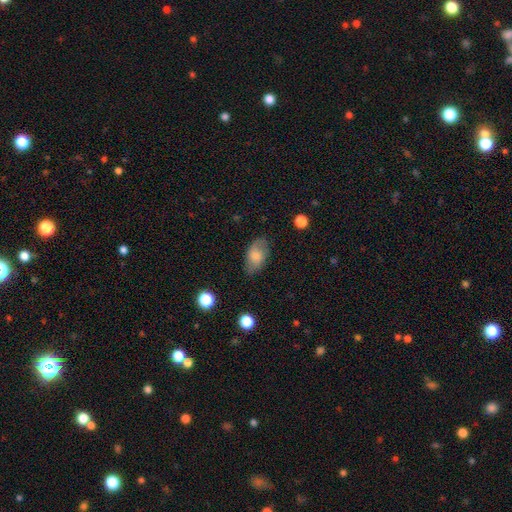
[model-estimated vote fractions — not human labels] smooth_or_featured: smooth (p=0.70) [alt: featured or disk p=0.22]
how_rounded: in between (p=0.91) [alt: round p=0.06]
merging: none (p=0.75) [alt: minor disturbance p=0.19]